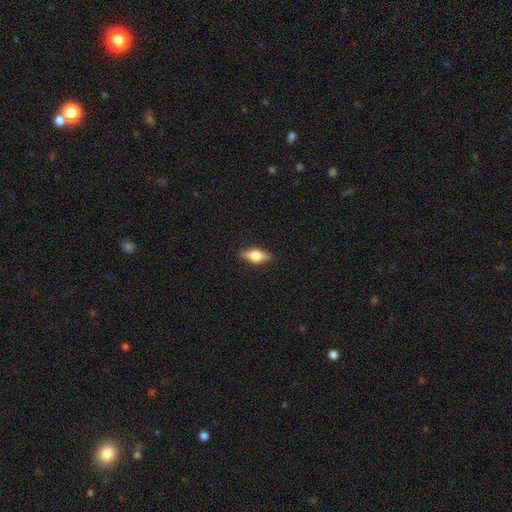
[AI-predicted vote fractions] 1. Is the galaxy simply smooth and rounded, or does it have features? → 60% smooth, 33% featured or disk, 7% star or artifact.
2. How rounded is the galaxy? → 75% in between, 20% cigar-shaped, 5% round.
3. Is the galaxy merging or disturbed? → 87% none, 10% minor disturbance, 2% major disturbance, 1% merger.